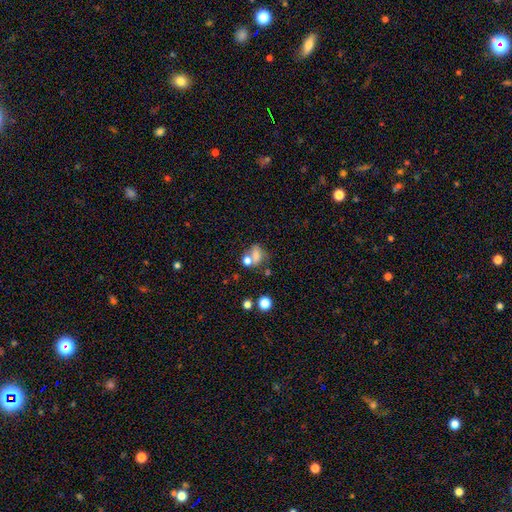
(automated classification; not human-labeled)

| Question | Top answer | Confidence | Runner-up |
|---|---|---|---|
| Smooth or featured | smooth | 65% | featured or disk (19%) |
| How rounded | in between | 62% | round (36%) |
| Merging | merger | 41% | none (30%) |